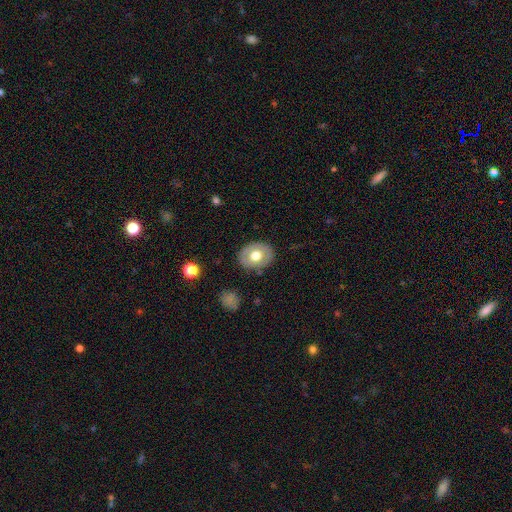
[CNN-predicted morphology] A smooth galaxy with no disk features (54%) that is in between round and cigar-shaped (57%). Merging: none (83%).